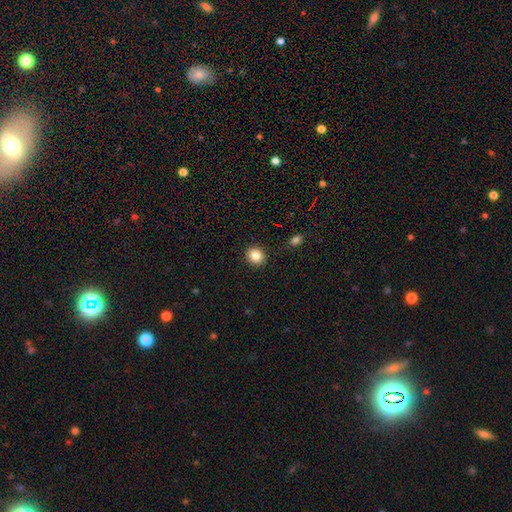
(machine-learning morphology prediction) Overall: smooth (85%). How rounded: round (70%). Merging: none (90%).